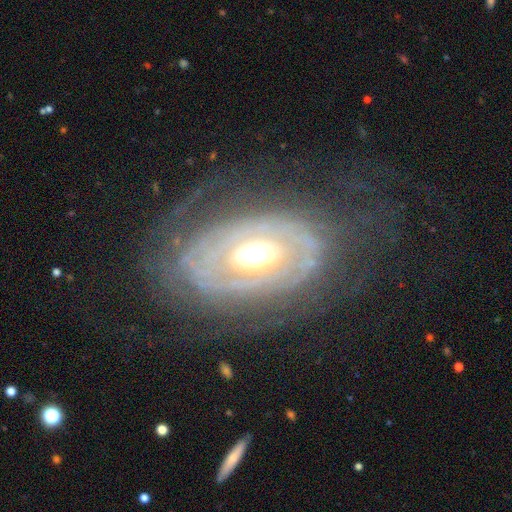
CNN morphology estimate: Smooth or featured?
  - featured or disk: 84% *
  - smooth: 11%
  - star or artifact: 5%
Edge-on disk?
  - no: 94% *
  - yes: 6%
Bar?
  - no: 66% *
  - weak: 23%
  - strong: 12%
Spiral arms?
  - yes: 77% *
  - no: 23%
Spiral winding?
  - tight: 73% *
  - medium: 18%
  - loose: 8%
Spiral arm count?
  - can't tell: 47% *
  - 2: 25%
  - 3: 10%
  - 1: 6%
  - 4: 6%
  - more than 4: 6%
Bulge size?
  - moderate: 68% *
  - large: 20%
  - small: 9%
  - dominant: 2%
  - none: 1%
Merging?
  - none: 69% *
  - minor disturbance: 17%
  - major disturbance: 12%
  - merger: 1%